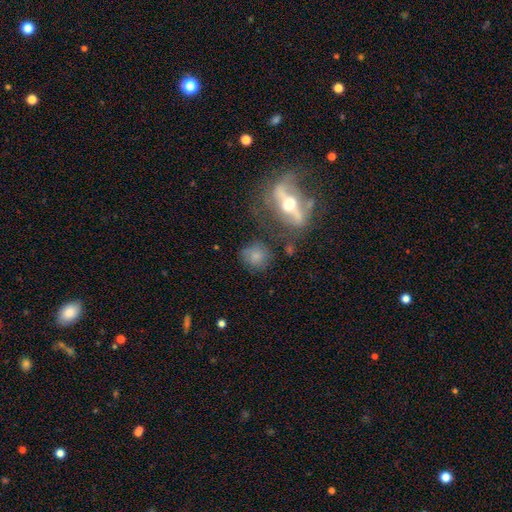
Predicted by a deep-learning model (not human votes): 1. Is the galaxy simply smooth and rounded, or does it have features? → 65% smooth, 22% featured or disk, 12% star or artifact.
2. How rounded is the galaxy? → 77% round, 20% in between, 2% cigar-shaped.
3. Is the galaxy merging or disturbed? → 69% none, 15% minor disturbance, 10% merger, 7% major disturbance.